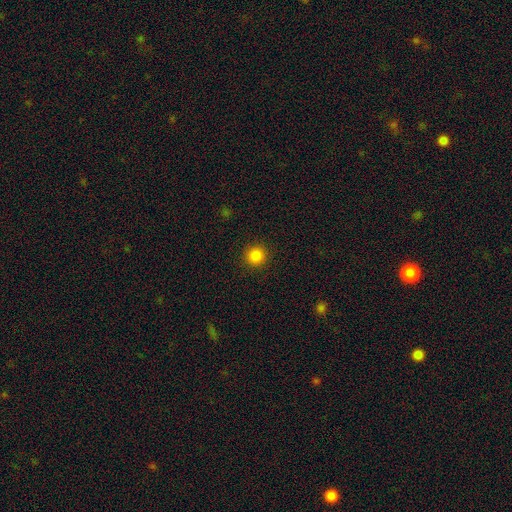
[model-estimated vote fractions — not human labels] The model was most divided on "smooth or featured": smooth: 85%, star or artifact: 12%, featured or disk: 3%. More confident: how rounded — round (95%); merging — none (92%).